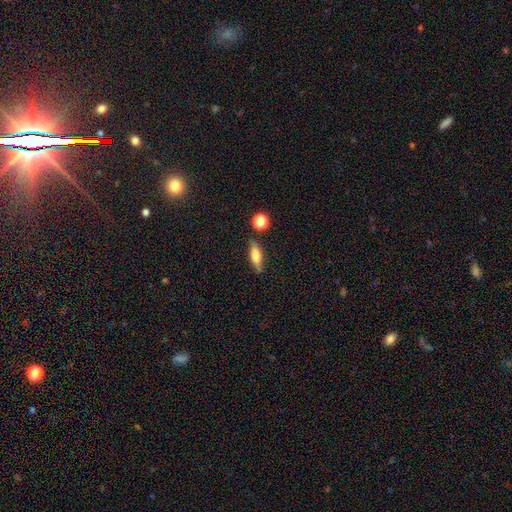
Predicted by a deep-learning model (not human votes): A smooth galaxy with no disk features (65%) that is in between round and cigar-shaped (55%). Merging: none (77%).